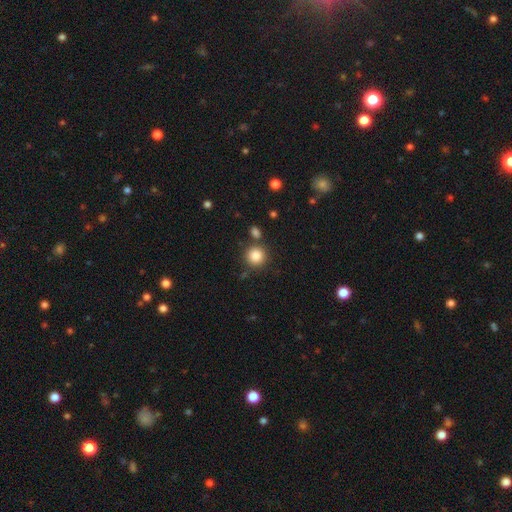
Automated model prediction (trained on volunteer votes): Morphology: type=smooth (85%); roundness=round (92%); merging=none (79%).